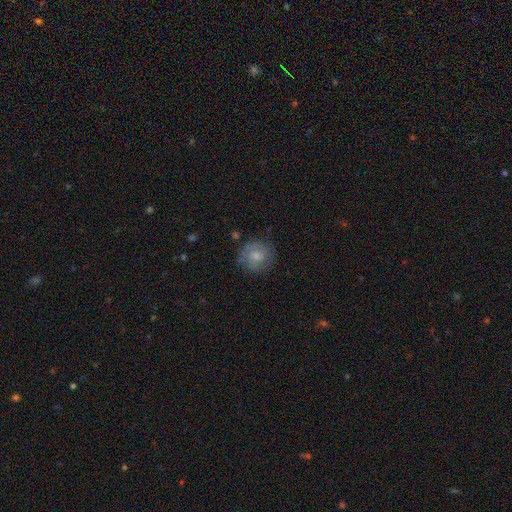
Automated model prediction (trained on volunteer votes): The model was most divided on "smooth or featured": smooth: 53%, featured or disk: 39%, star or artifact: 8%. More confident: how rounded — round (88%); merging — none (76%).